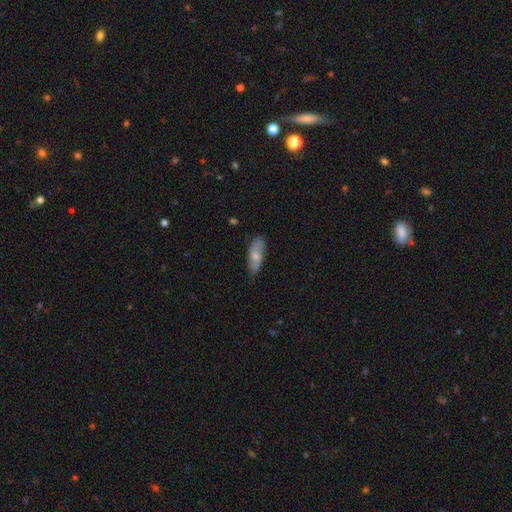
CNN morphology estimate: A smooth galaxy with no disk features (64%) that is in between round and cigar-shaped (72%). Merging: none (76%).